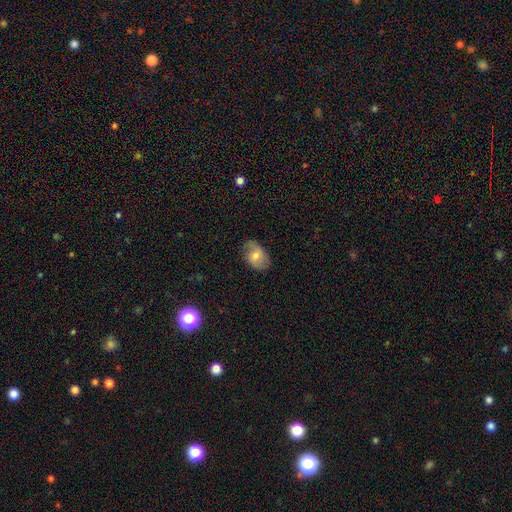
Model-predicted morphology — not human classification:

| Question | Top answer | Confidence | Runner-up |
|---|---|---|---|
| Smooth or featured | smooth | 46% | featured or disk (45%) |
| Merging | none | 69% | minor disturbance (23%) |